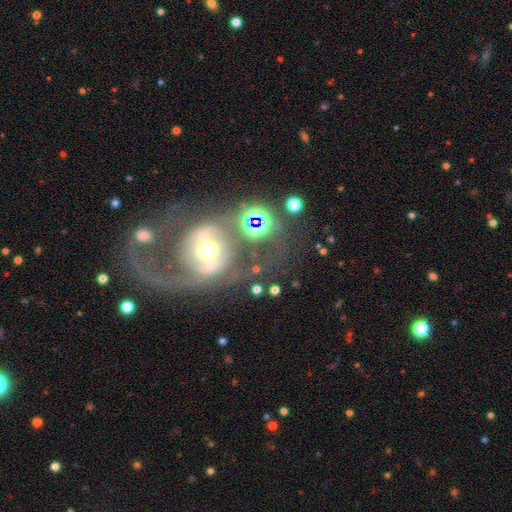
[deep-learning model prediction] A featured or disk galaxy (65%) with a strong bar (43%), spiral arms (68%) and a moderate central bulge (62%).

Vote fractions:
- Smooth or featured? featured or disk: 65% / star or artifact: 18% / smooth: 17%
- Edge-on disk? no: 93% / yes: 7%
- Bar? strong: 43% / weak: 31% / no: 27%
- Spiral arms? yes: 68% / no: 32%
- Bulge size? moderate: 62% / small: 22% / large: 11% / dominant: 3% / none: 2%
- Merging? none: 45% / major disturbance: 24% / merger: 16% / minor disturbance: 15%